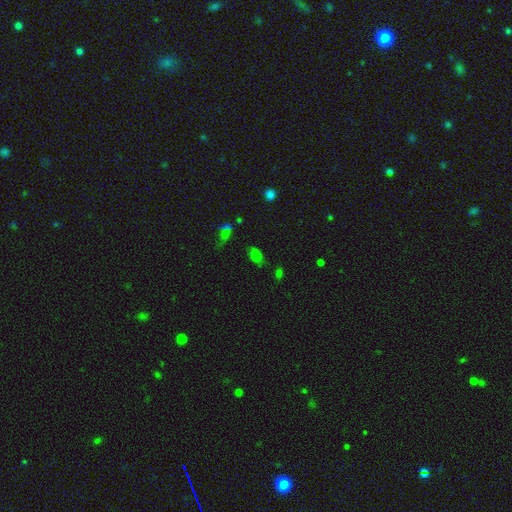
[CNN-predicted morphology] Smooth or featured?
  - smooth: 58% *
  - star or artifact: 31%
  - featured or disk: 11%
How rounded?
  - in between: 83% *
  - round: 13%
  - cigar-shaped: 3%
Merging?
  - none: 62% *
  - minor disturbance: 21%
  - major disturbance: 10%
  - merger: 7%